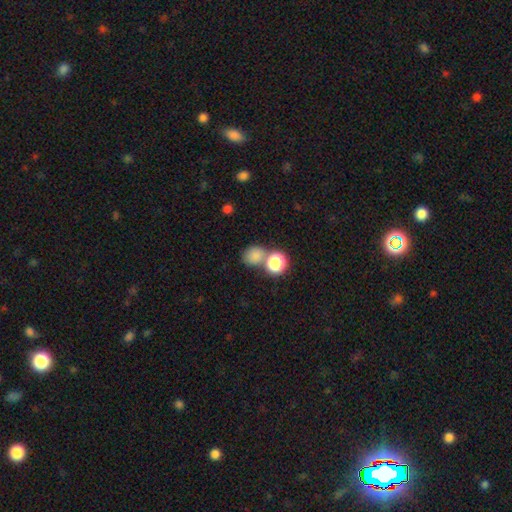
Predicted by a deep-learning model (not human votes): Smooth or featured? Predicted: smooth (p=0.79). How rounded? Predicted: round (p=0.64). Merging? Predicted: none (p=0.48).